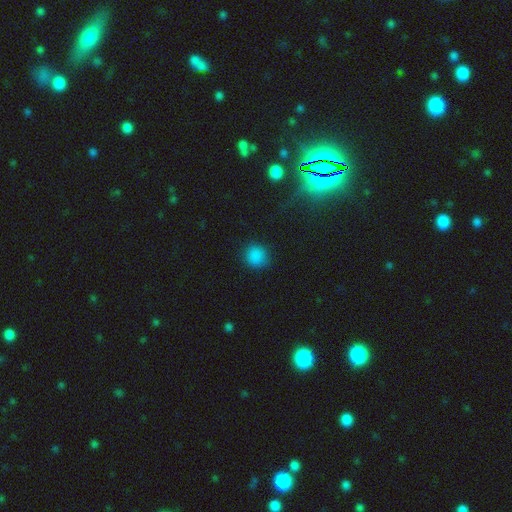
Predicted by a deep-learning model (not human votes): Morphology: type=smooth (84%); roundness=round (87%); merging=none (86%).